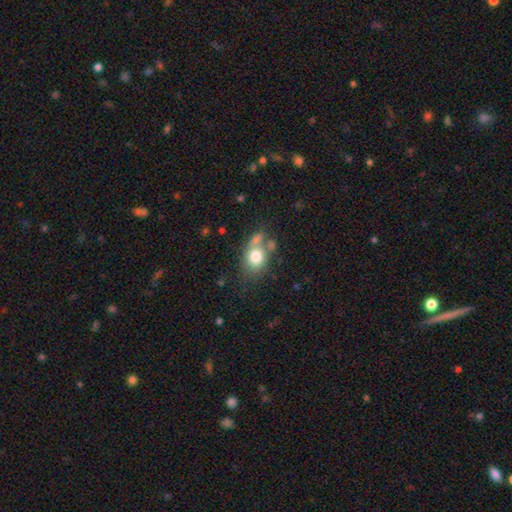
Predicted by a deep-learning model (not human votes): smooth 77%, featured or disk 14%, star or artifact 9%. Down the decision tree: how rounded — in between (58%); merging — none (45%).